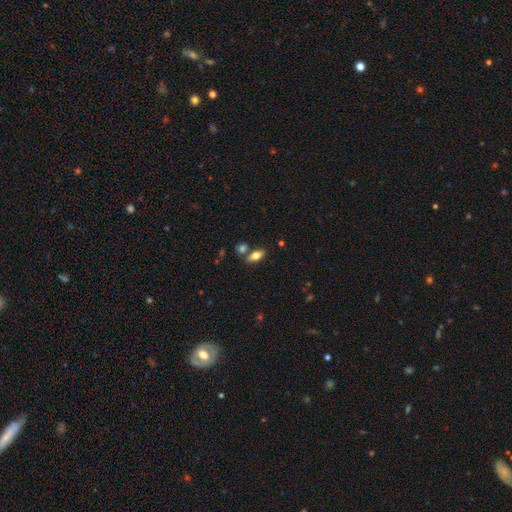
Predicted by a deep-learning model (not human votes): Smooth or featured: smooth — 68% (featured or disk — 23%)
How rounded: in between — 82% (cigar-shaped — 13%)
Merging: none — 69% (merger — 17%)